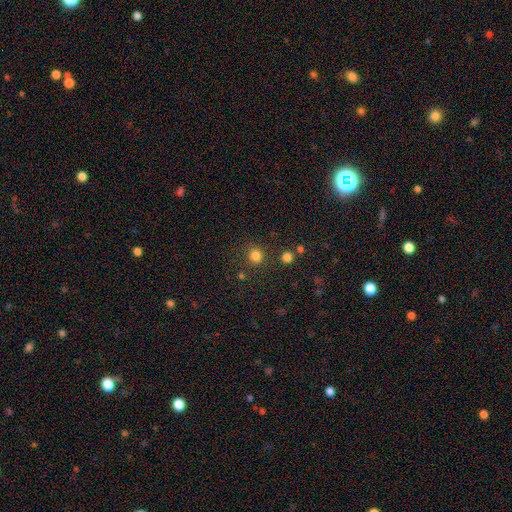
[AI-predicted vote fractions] Morphology: type=smooth (81%); roundness=round (89%); merging=none (84%).